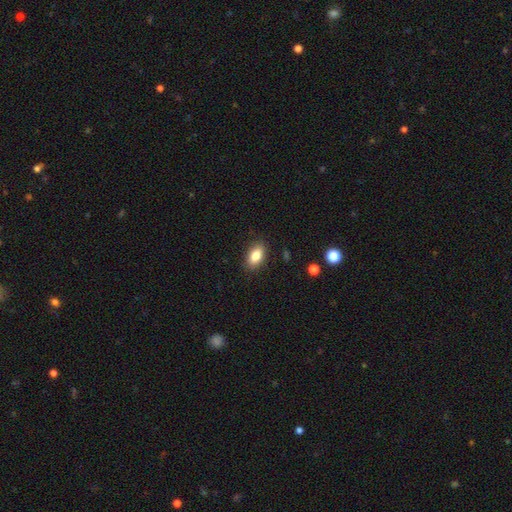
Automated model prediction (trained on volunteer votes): Smooth or featured: smooth — 83% (featured or disk — 9%)
How rounded: in between — 89% (round — 7%)
Merging: none — 88% (minor disturbance — 9%)